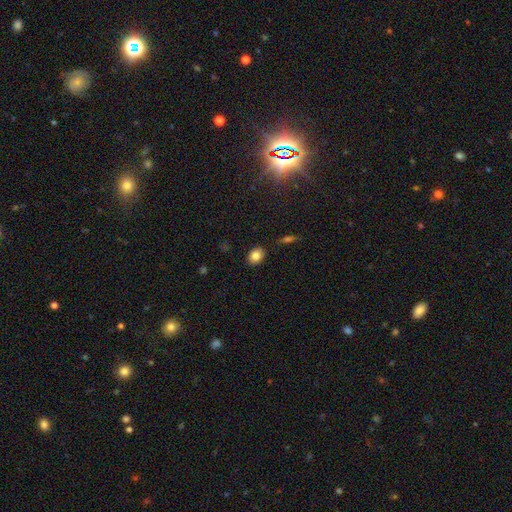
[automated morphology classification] smooth_or_featured: smooth (p=0.83) [alt: star or artifact p=0.09]
how_rounded: in between (p=0.68) [alt: round p=0.31]
merging: none (p=0.88) [alt: minor disturbance p=0.09]